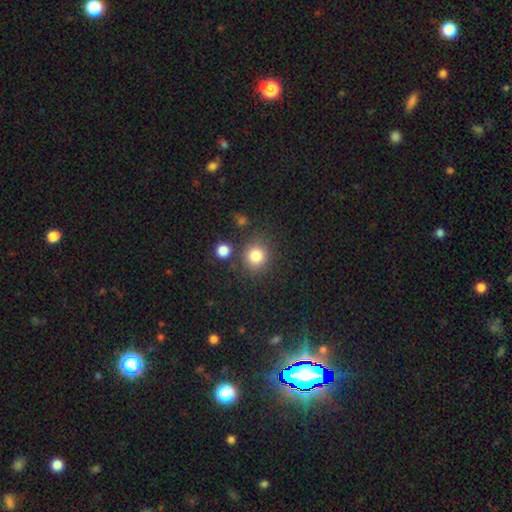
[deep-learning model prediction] Morphology: type=smooth (83%); roundness=round (87%); merging=none (78%).